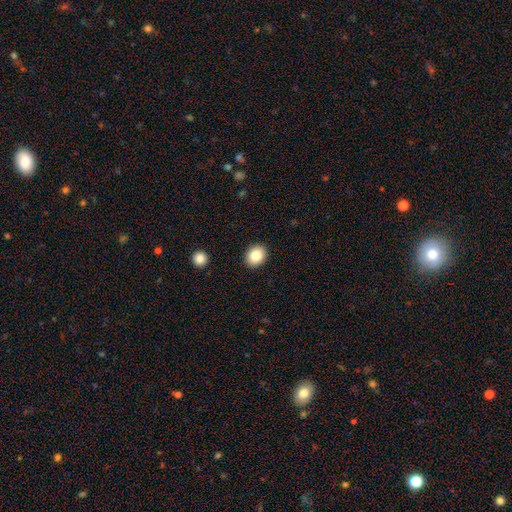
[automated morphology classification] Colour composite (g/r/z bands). It shows a smooth galaxy with no disk features (84%) that is round (54%). Merging: none (91%).